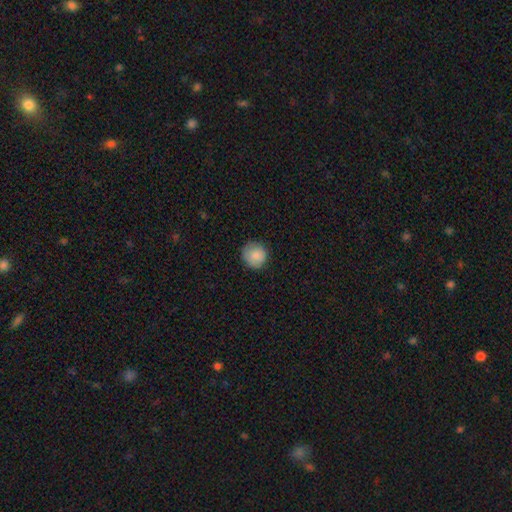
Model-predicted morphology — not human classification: smooth 87%, star or artifact 8%, featured or disk 6%. Down the decision tree: how rounded — round (92%); merging — none (81%).